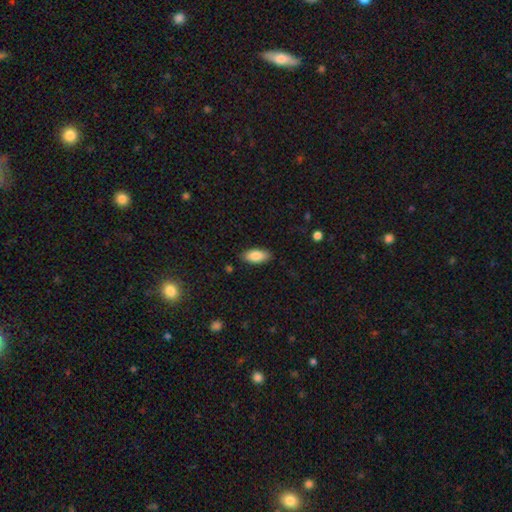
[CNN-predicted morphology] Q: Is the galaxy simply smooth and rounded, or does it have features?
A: smooth — 86%.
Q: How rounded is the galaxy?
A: in between — 90%.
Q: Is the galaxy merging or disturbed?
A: none — 87%.